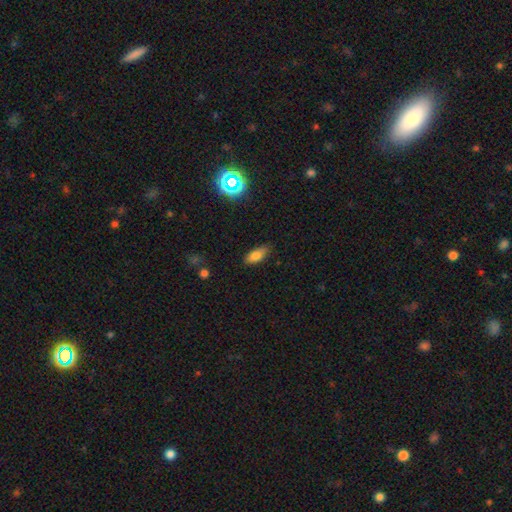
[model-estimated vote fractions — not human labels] Smooth or featured?
  - smooth: 78% *
  - featured or disk: 11%
  - star or artifact: 11%
How rounded?
  - in between: 79% *
  - cigar-shaped: 18%
  - round: 3%
Merging?
  - none: 81% *
  - minor disturbance: 15%
  - major disturbance: 3%
  - merger: 1%